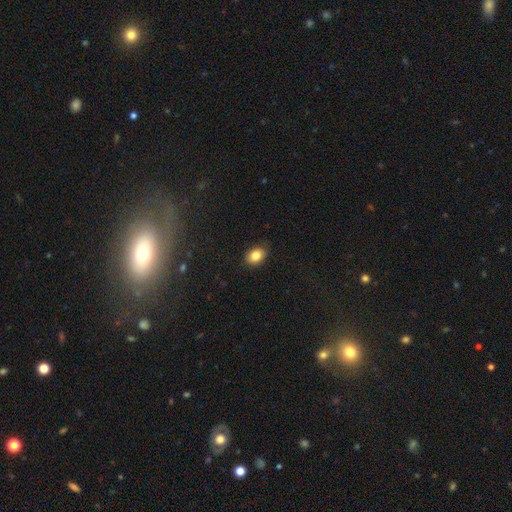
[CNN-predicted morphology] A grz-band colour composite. It shows a smooth galaxy with no disk features (84%) that is in between round and cigar-shaped (75%). Merging: none (86%).